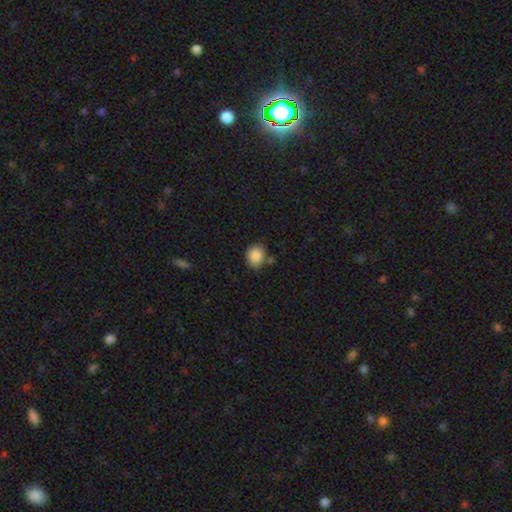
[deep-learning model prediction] This is clearly a smooth galaxy (88%). How rounded: likely round (64%). Merging: likely none (75%).